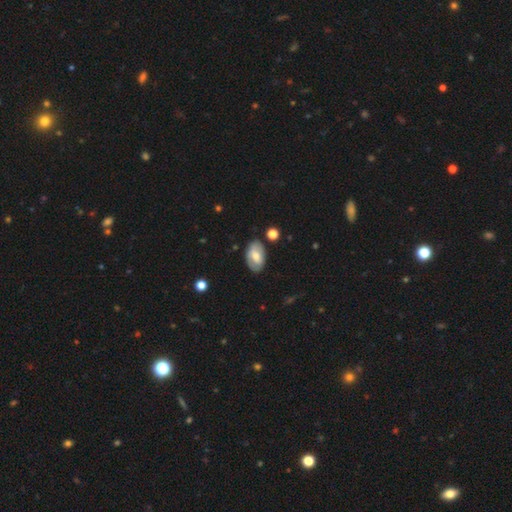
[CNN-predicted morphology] A smooth galaxy with no disk features (53%) that is in between round and cigar-shaped (91%). Merging: none (76%).